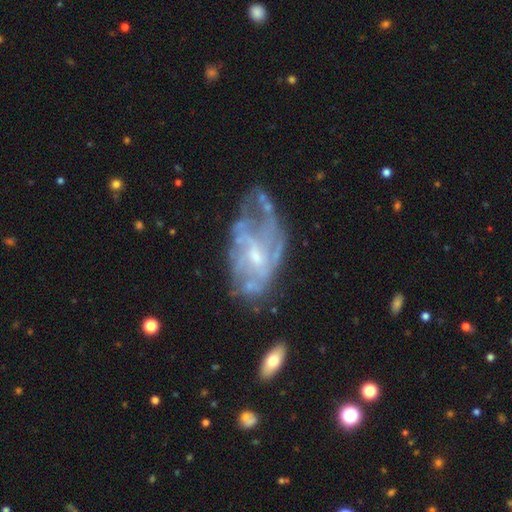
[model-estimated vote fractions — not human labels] This is likely a featured or disk galaxy (78%). It is clearly not viewed edge-on (96%). Bar: possibly no (50%). Spiral arm pattern: likely yes (67%). Spiral arm count: possibly can't tell (53%). Spiral winding: marginally medium (38%). Central bulge: possibly small (58%). Merging: marginally none (39%).